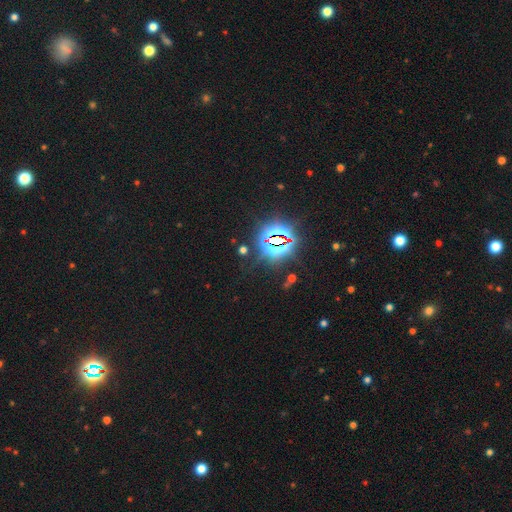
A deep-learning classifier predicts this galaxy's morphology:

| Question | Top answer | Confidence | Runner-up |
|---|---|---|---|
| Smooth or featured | star or artifact | 83% | smooth (10%) |